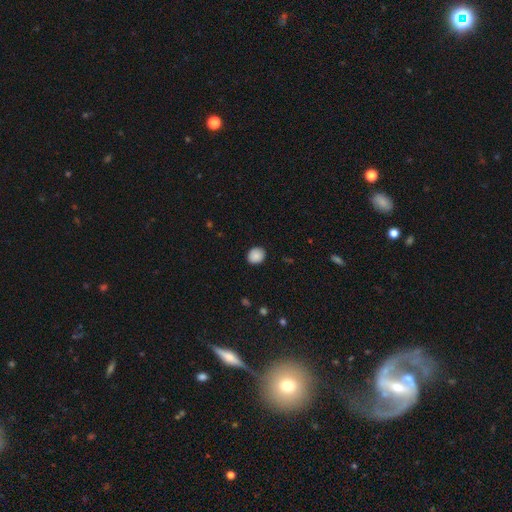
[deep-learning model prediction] This is clearly a smooth galaxy (88%). How rounded: likely round (67%). Merging: clearly none (88%).